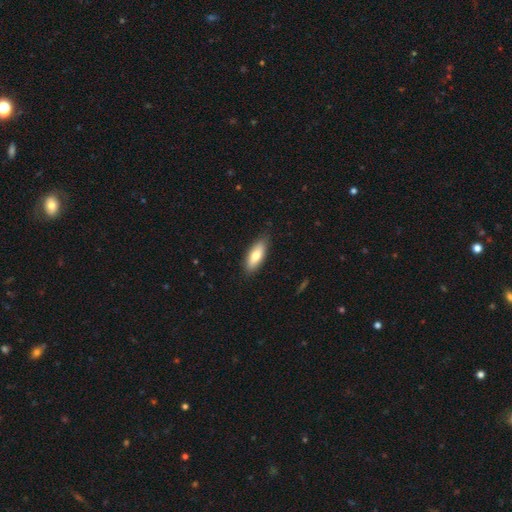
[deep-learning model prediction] Q: Smooth or featured?
A: smooth (75%); runner-up: featured or disk (19%)
Q: How rounded?
A: in between (69%); runner-up: cigar-shaped (29%)
Q: Merging?
A: none (85%); runner-up: minor disturbance (12%)